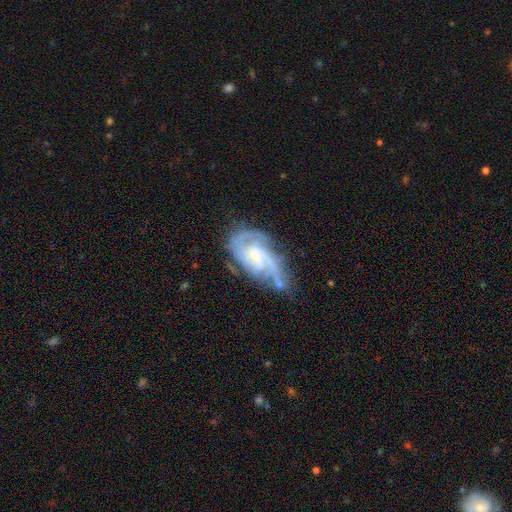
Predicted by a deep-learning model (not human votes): This appears to be a featured or disk galaxy (86%) with no bar (48%), 2 (35%) tight (46%) spiral arms (96%) and a small central bulge (63%). Merging: none (54%).